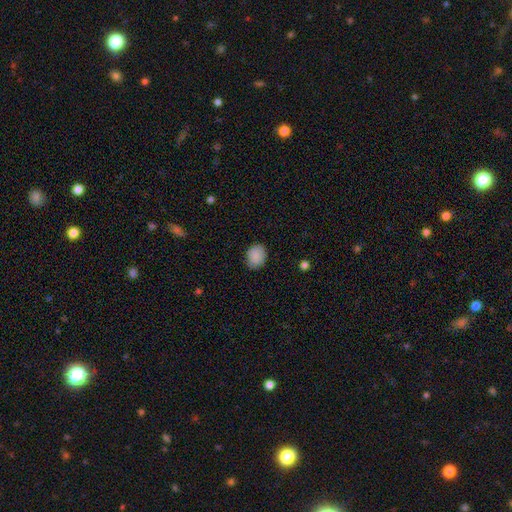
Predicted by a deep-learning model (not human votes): Smooth or featured? smooth (89%)
How rounded? in between (50%)
Merging? none (83%)